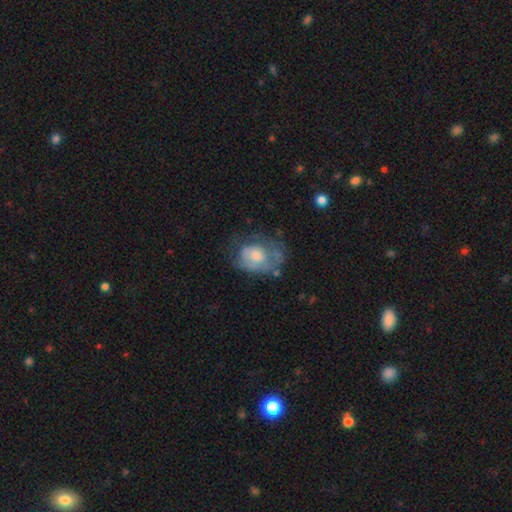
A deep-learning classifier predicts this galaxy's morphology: smooth_or_featured: featured or disk (p=0.50) [alt: smooth p=0.42]
disk_edge_on: no (p=0.96) [alt: yes p=0.04]
merging: none (p=0.37) [alt: major disturbance p=0.30]